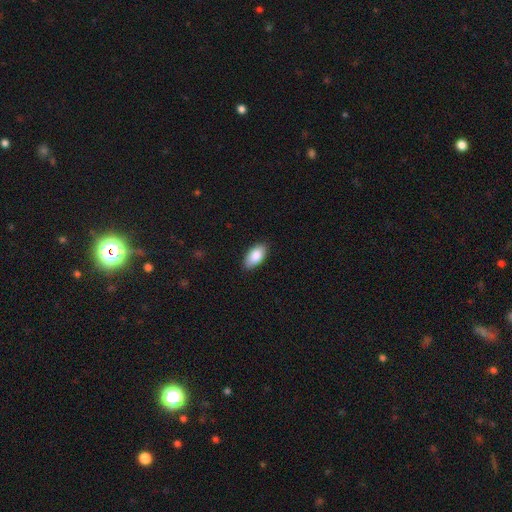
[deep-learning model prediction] Overall: smooth (88%). How rounded: in between (94%). Merging: none (87%).